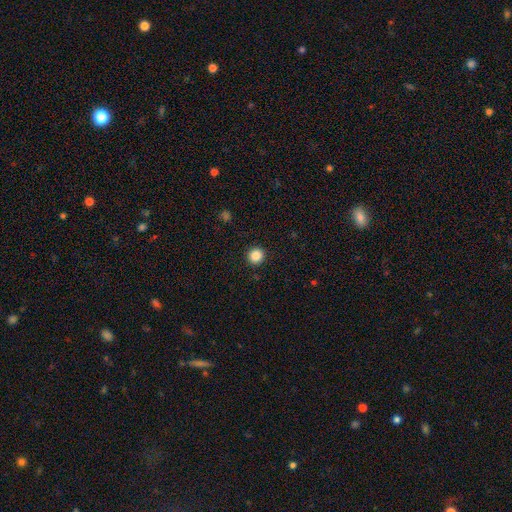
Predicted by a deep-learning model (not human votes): Smooth or featured? smooth (87%)
How rounded? round (93%)
Merging? none (93%)